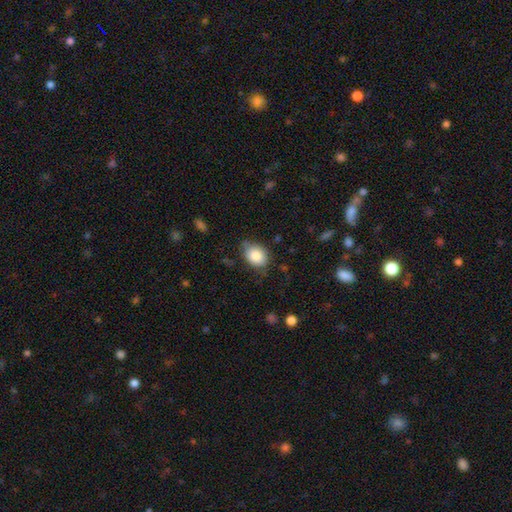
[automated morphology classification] Overall: smooth (85%). How rounded: in between (65%; round 35%). Merging: none (70%).